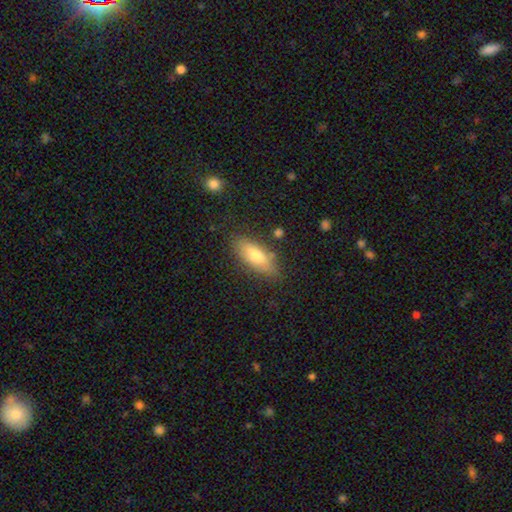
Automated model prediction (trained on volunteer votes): Overall: smooth (68%). How rounded: in between (69%). Merging: none (79%).